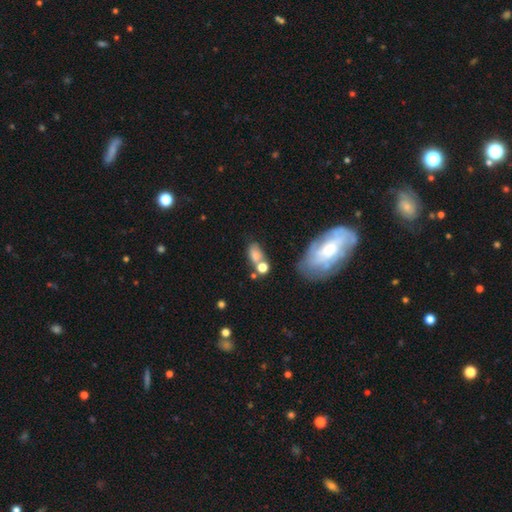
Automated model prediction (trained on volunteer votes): A smooth galaxy with no disk features (70%) that is in between round and cigar-shaped (75%). Merging: none (42%).